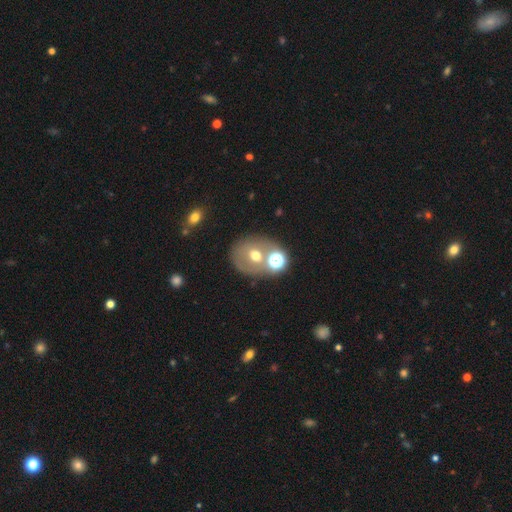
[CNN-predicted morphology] This is possibly a smooth galaxy (50%). Merging: possibly none (57%).